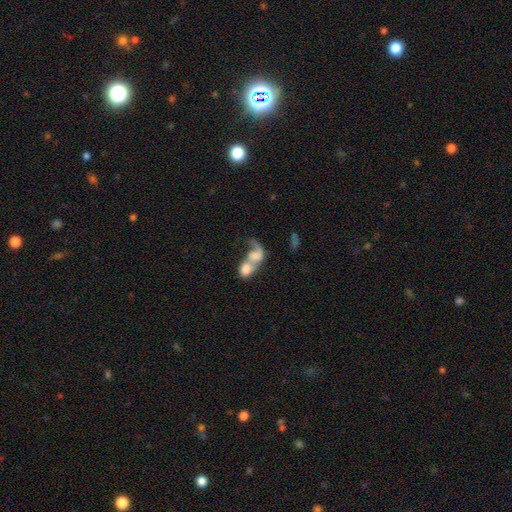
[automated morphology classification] type=smooth (51%); roundness=in between (65%); merging=merger (76%).